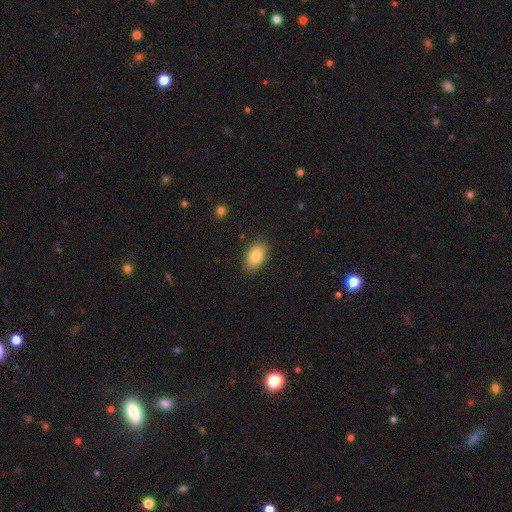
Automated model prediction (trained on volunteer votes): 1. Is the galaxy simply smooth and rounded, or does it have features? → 82% smooth, 10% featured or disk, 8% star or artifact.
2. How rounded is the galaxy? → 90% in between, 9% round, 1% cigar-shaped.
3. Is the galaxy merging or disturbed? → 87% none, 10% minor disturbance, 2% major disturbance, 1% merger.